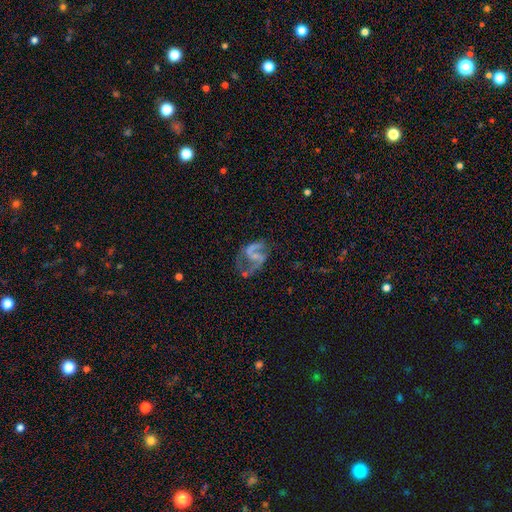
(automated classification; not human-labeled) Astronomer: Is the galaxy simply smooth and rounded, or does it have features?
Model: featured or disk — 81%.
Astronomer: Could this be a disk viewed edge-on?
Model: no — 98%.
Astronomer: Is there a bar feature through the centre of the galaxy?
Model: weak — 42% (runner-up: no, 37%).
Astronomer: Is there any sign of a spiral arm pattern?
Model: yes — 86%.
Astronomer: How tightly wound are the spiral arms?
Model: medium — 45% (runner-up: loose, 44%).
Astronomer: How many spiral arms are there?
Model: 2 — 83%.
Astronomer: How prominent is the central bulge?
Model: none — 43% (runner-up: small, 41%).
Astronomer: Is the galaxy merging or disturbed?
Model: none — 42% (runner-up: major disturbance, 31%).